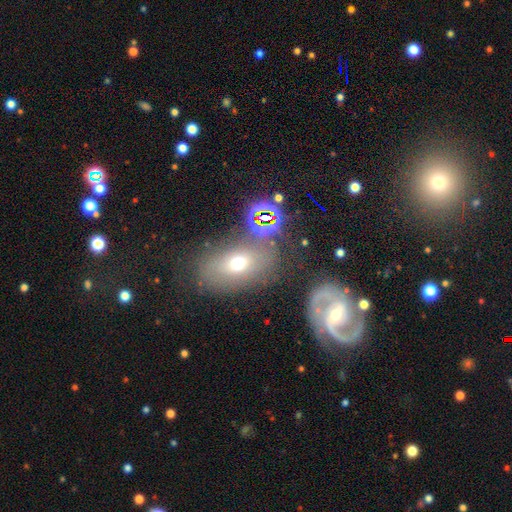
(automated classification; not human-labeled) Smooth or featured? Predicted: featured or disk (p=0.43). Merging? Predicted: none (p=0.69).